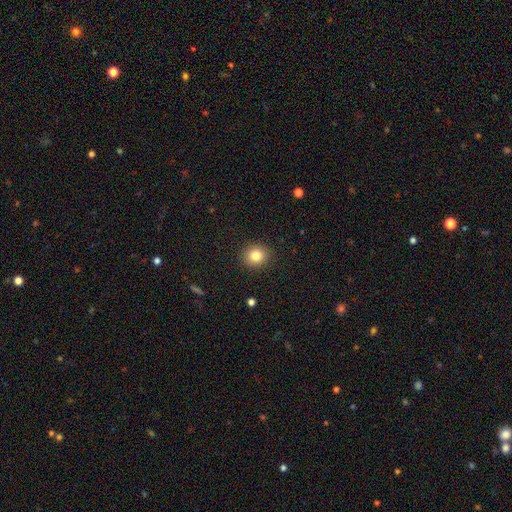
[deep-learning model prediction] Smooth or featured? smooth (83%)
How rounded? round (84%)
Merging? none (91%)